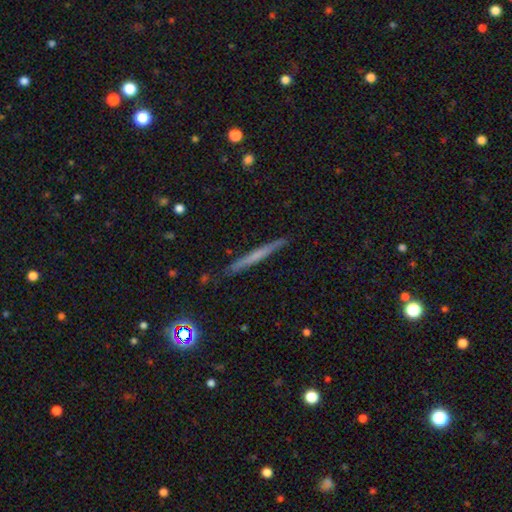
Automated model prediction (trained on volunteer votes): This is possibly a smooth galaxy (47%). Merging: clearly none (88%).